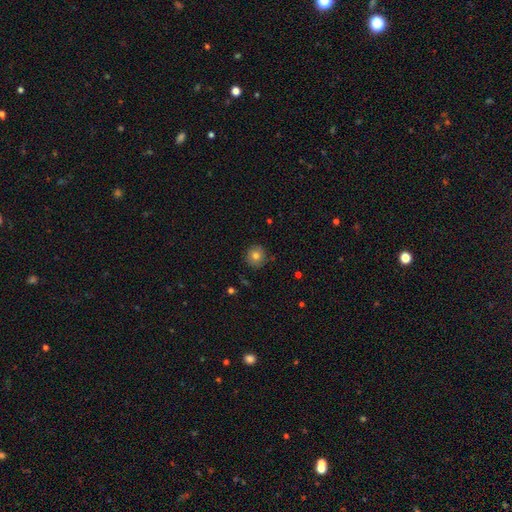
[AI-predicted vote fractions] A smooth galaxy with no disk features (77%) that is round (92%).

Vote fractions:
- Smooth or featured? smooth: 77% / featured or disk: 13% / star or artifact: 10%
- How rounded? round: 92% / in between: 7% / cigar-shaped: 1%
- Merging? none: 86% / minor disturbance: 11% / major disturbance: 2% / merger: 1%